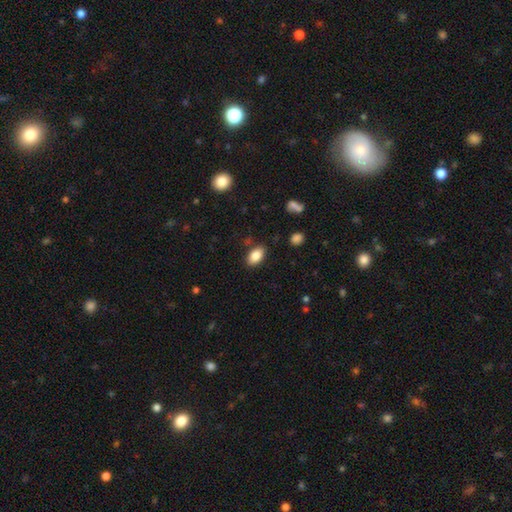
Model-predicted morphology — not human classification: A smooth galaxy with no disk features (86%) that is in between round and cigar-shaped (91%).

Vote fractions:
- Smooth or featured? smooth: 86% / star or artifact: 8% / featured or disk: 6%
- How rounded? in between: 91% / round: 6% / cigar-shaped: 2%
- Merging? none: 85% / minor disturbance: 10% / major disturbance: 3% / merger: 2%